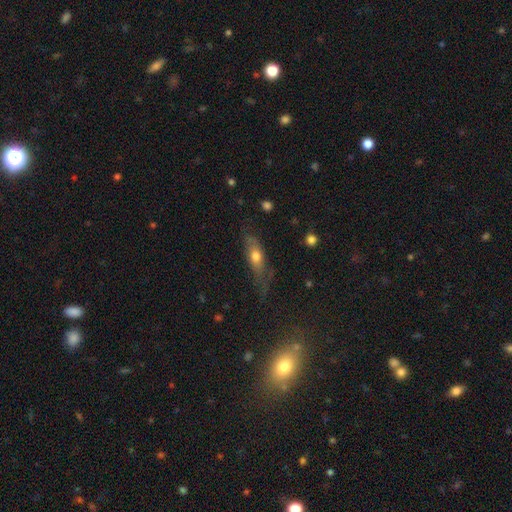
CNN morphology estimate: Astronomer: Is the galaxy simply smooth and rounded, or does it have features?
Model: smooth — 60%.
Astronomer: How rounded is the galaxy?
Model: in between — 60%.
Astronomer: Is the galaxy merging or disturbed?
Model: none — 49% (runner-up: minor disturbance, 30%).